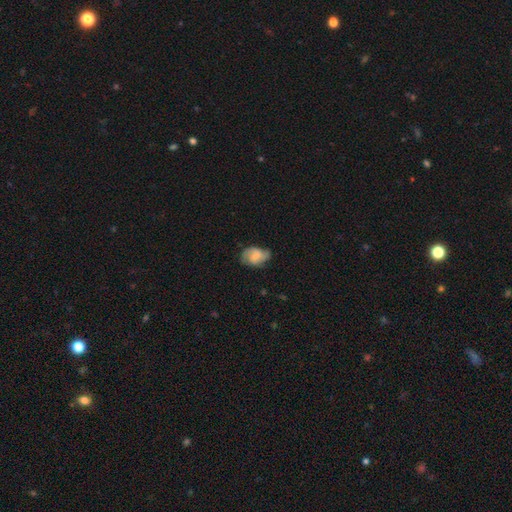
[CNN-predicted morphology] Smooth or featured? featured or disk (48%)
Merging? none (58%)